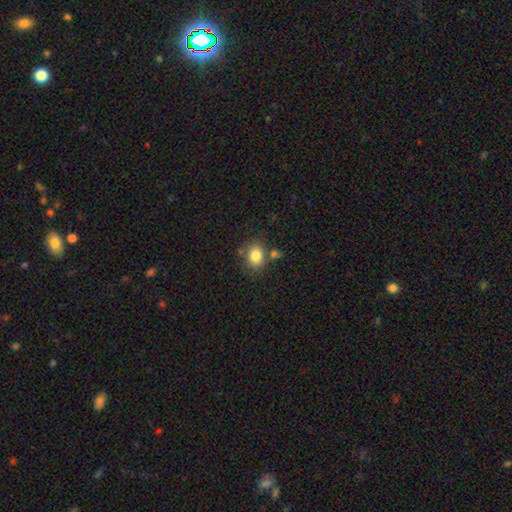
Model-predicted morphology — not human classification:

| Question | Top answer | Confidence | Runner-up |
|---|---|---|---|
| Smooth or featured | smooth | 83% | star or artifact (9%) |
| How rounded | in between | 54% | round (45%) |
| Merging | none | 69% | minor disturbance (14%) |